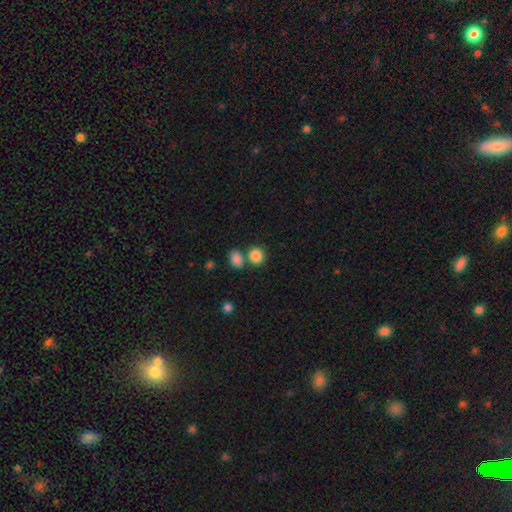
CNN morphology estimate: Smooth or featured? Predicted: smooth (p=0.86). How rounded? Predicted: round (p=0.79). Merging? Predicted: none (p=0.64).